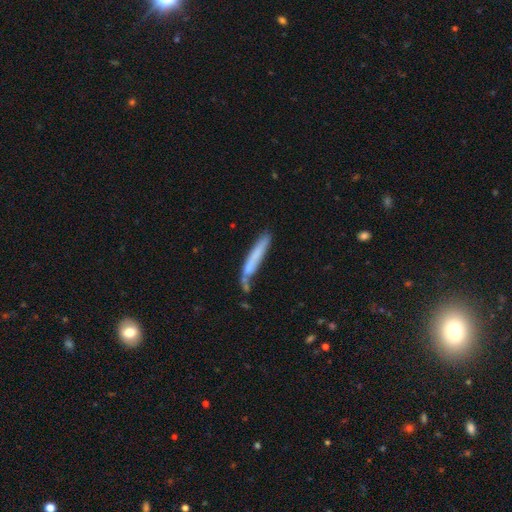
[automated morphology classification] The model was most divided on "merging": none: 51%, minor disturbance: 24%, merger: 15%, major disturbance: 9%. More confident: how rounded — cigar-shaped (93%); smooth or featured — smooth (65%).